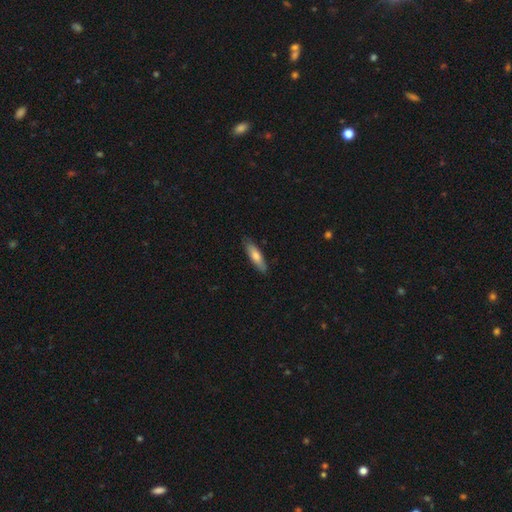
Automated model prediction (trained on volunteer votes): Smooth or featured? Predicted: smooth (p=0.67). How rounded? Predicted: cigar-shaped (p=0.69). Merging? Predicted: none (p=0.86).